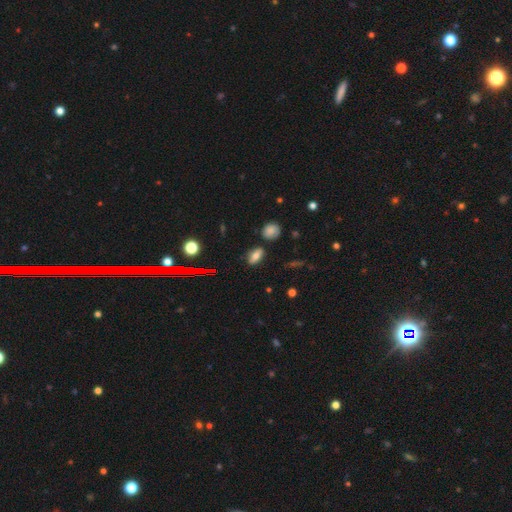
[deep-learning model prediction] Smooth or featured?
  - smooth: 72% *
  - star or artifact: 14%
  - featured or disk: 14%
How rounded?
  - in between: 82% *
  - cigar-shaped: 10%
  - round: 8%
Merging?
  - none: 82% *
  - minor disturbance: 11%
  - merger: 4%
  - major disturbance: 3%